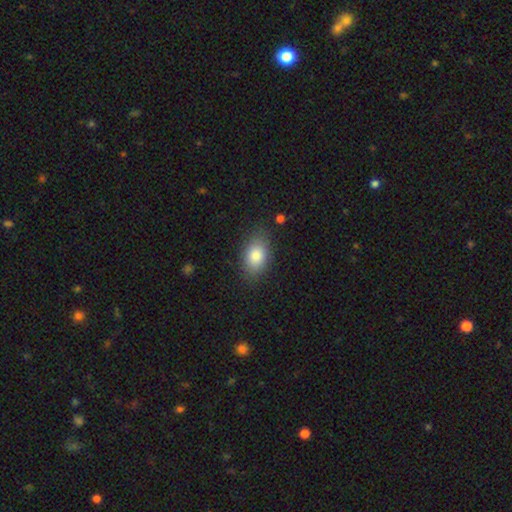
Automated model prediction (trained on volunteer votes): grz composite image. It shows a smooth galaxy with no disk features (84%) that is in between round and cigar-shaped (87%). Merging: none (81%).